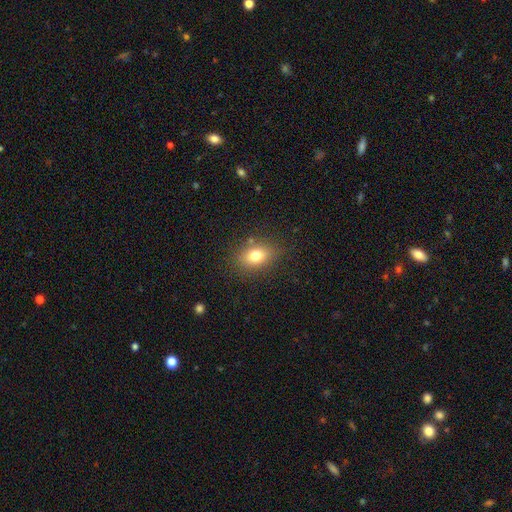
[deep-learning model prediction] Smooth or featured? Predicted: smooth (p=0.77). How rounded? Predicted: in between (p=0.72). Merging? Predicted: none (p=0.81).